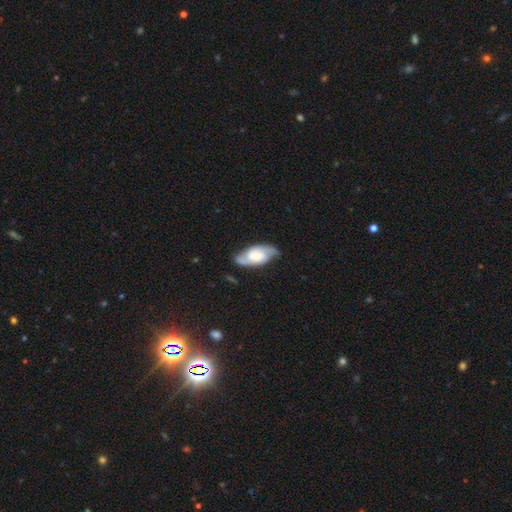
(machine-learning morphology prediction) type=featured or disk (71%); edge-on=no (92%); bar=no (54%); spiral arms=yes (92%); winding=medium (46%); arm count=2 (87%); bulge=small (26%, tied with large); merging=none (72%).